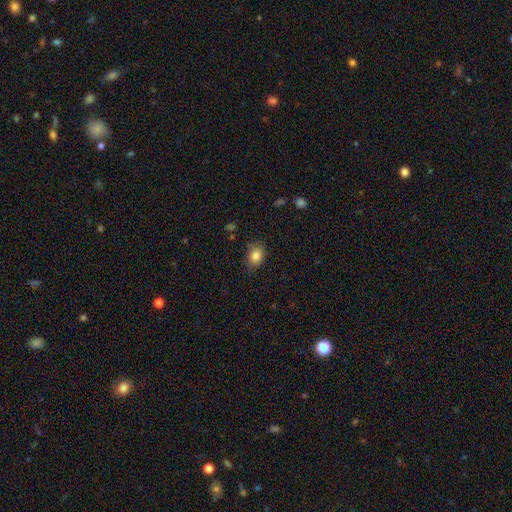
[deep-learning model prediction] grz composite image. It shows a smooth galaxy with no disk features (85%) that is in between round and cigar-shaped (72%). Merging: none (78%).